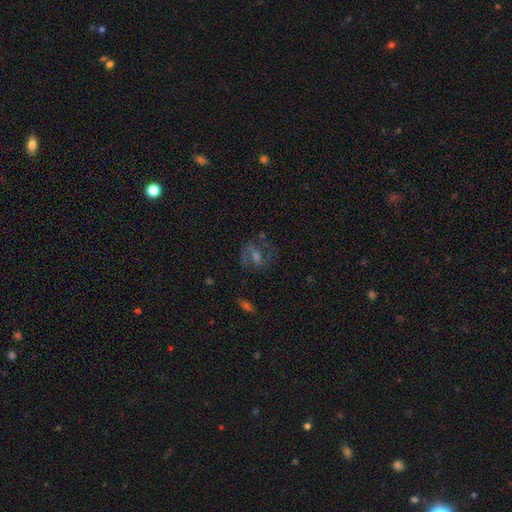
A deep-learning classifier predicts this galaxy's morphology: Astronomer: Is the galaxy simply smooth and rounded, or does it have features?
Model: featured or disk — 74%.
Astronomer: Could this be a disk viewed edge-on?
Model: no — 97%.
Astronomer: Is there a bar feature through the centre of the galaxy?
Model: weak — 51%.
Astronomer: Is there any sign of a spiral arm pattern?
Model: yes — 91%.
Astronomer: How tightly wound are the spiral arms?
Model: medium — 57%.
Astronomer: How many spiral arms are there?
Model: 2 — 85%.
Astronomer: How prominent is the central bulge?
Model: moderate — 41% (runner-up: small, 31%).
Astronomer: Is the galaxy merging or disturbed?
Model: none — 74%.